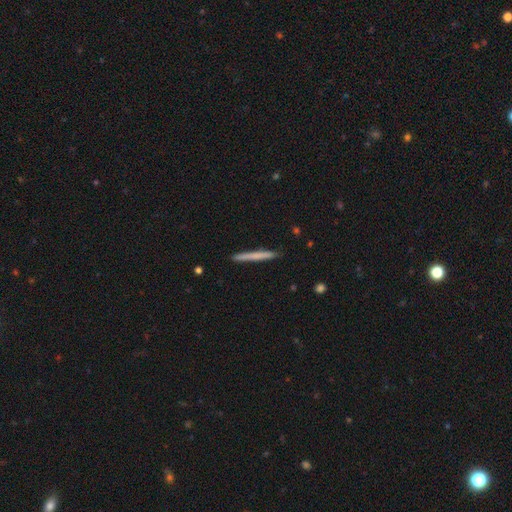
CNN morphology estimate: smooth_or_featured: smooth (p=0.67) [alt: featured or disk p=0.28]
how_rounded: cigar-shaped (p=0.97) [alt: in between p=0.02]
merging: none (p=0.91) [alt: minor disturbance p=0.06]